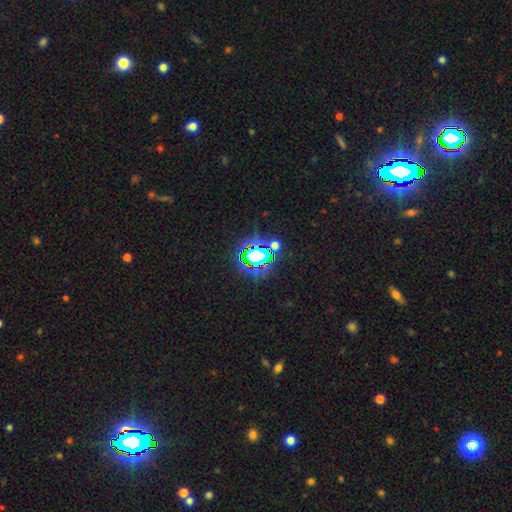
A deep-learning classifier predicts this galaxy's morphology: star or artifact 70%, smooth 18%, featured or disk 12%.